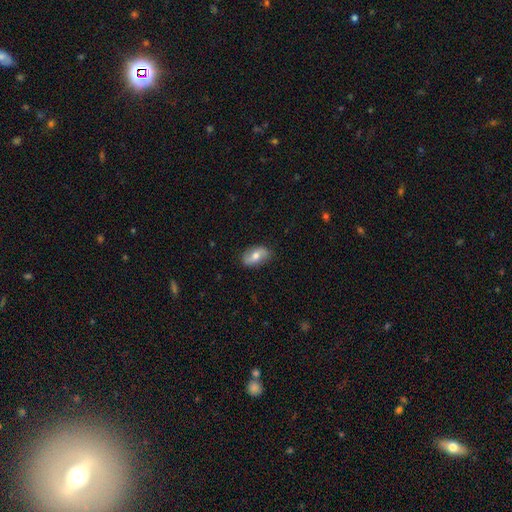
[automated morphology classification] Smooth or featured?
  - smooth: 55% *
  - featured or disk: 39%
  - star or artifact: 7%
How rounded?
  - in between: 89% *
  - round: 8%
  - cigar-shaped: 3%
Merging?
  - none: 82% *
  - minor disturbance: 14%
  - major disturbance: 3%
  - merger: 1%